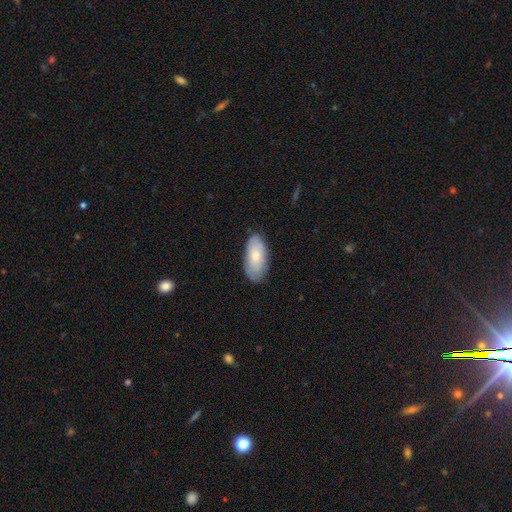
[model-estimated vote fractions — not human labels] Smooth or featured? smooth (69%)
How rounded? in between (93%)
Merging? none (81%)